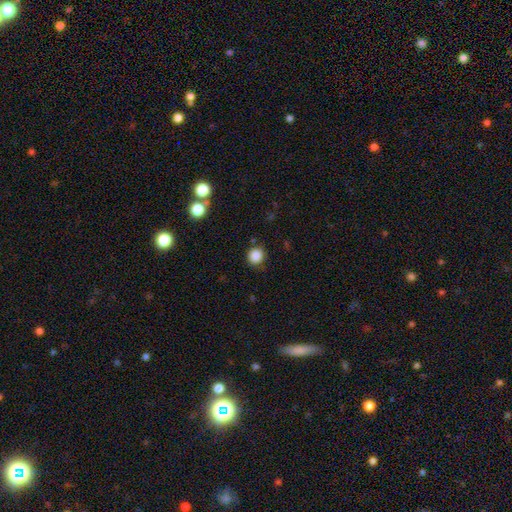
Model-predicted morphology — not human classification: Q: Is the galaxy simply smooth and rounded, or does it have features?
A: smooth — 86%.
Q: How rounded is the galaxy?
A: round — 90%.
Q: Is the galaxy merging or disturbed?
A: none — 86%.